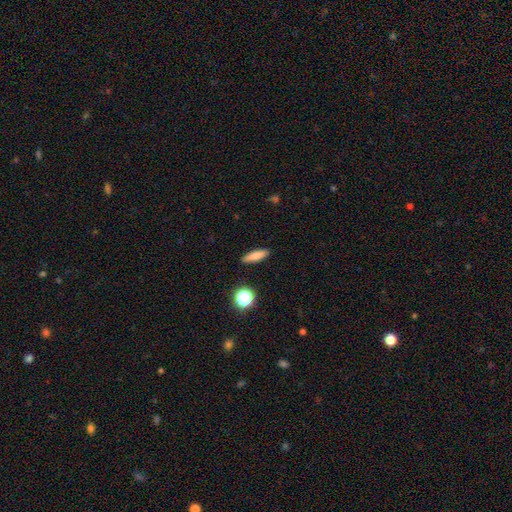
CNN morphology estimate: Q: Smooth or featured?
A: smooth (78%); runner-up: featured or disk (12%)
Q: How rounded?
A: cigar-shaped (64%); runner-up: in between (32%)
Q: Merging?
A: none (89%); runner-up: minor disturbance (7%)